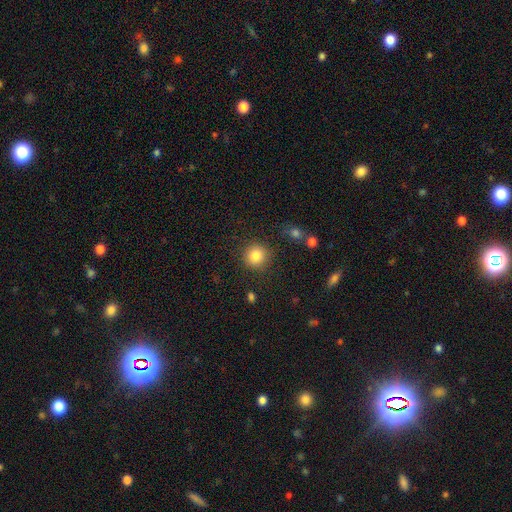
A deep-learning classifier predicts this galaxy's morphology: Smooth or featured?
  - smooth: 84% *
  - star or artifact: 10%
  - featured or disk: 6%
How rounded?
  - round: 92% *
  - in between: 8%
  - cigar-shaped: 1%
Merging?
  - none: 87% *
  - minor disturbance: 8%
  - major disturbance: 3%
  - merger: 2%